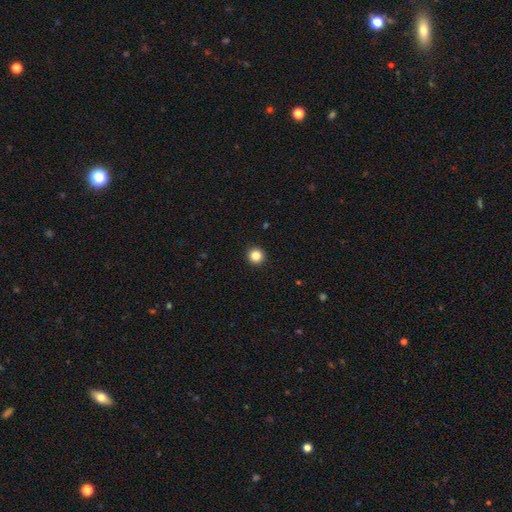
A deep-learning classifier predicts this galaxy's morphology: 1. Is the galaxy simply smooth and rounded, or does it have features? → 85% smooth, 11% star or artifact, 4% featured or disk.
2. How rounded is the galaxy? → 95% round, 4% in between, 1% cigar-shaped.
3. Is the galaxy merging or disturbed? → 94% none, 4% minor disturbance, 1% major disturbance, 1% merger.